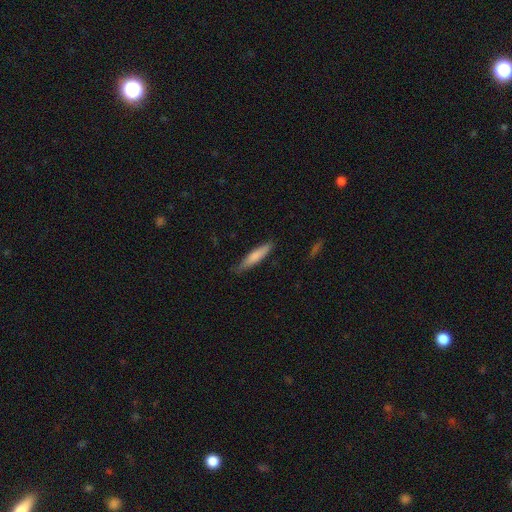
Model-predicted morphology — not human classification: This appears to be a smooth galaxy with no disk features (77%) that is cigar-shaped (84%). Merging: none (79%).